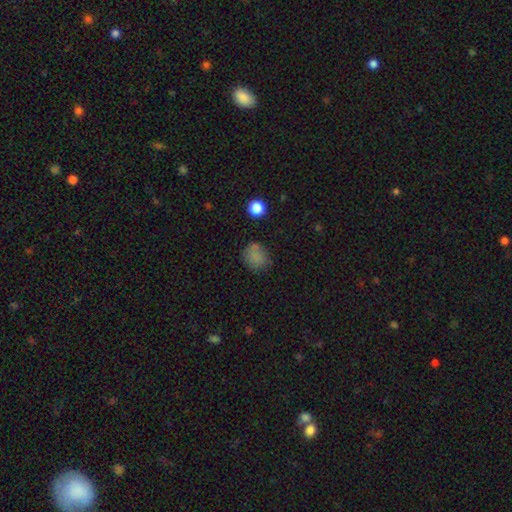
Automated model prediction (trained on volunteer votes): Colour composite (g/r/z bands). It shows a smooth galaxy with no disk features (78%) that is round (65%). Merging: none (67%).